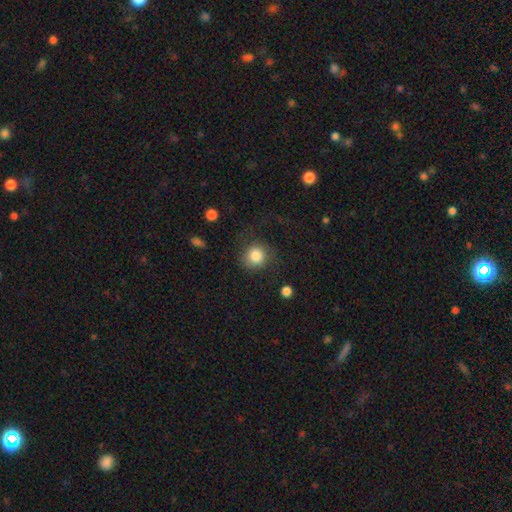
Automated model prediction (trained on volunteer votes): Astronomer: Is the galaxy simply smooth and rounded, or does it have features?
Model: smooth — 82%.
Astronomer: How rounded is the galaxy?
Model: round — 88%.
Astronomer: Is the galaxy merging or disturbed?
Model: none — 67%.